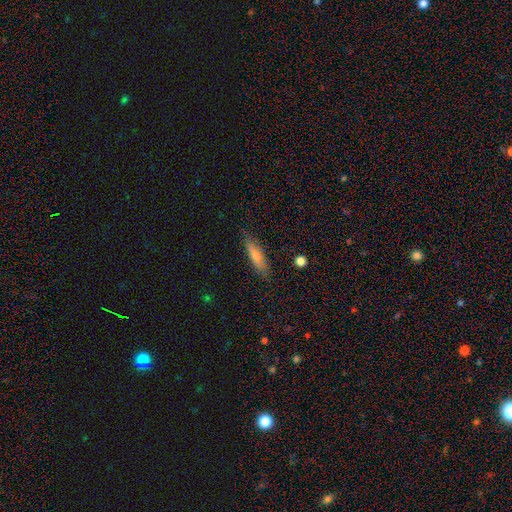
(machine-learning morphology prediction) Overall: smooth (62%; featured or disk 30%). How rounded: cigar-shaped (73%). Merging: none (85%).